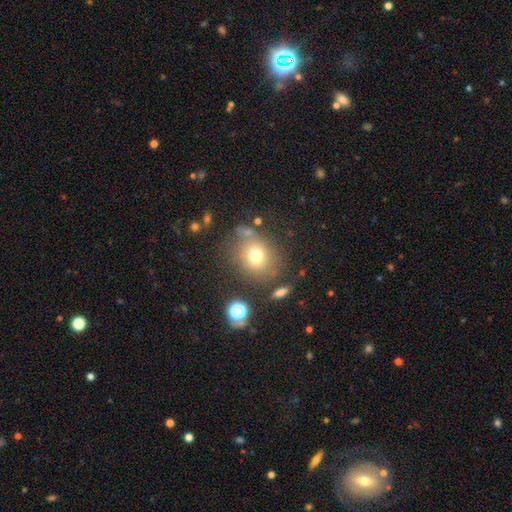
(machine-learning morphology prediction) Q: Smooth or featured?
A: smooth (71%); runner-up: star or artifact (15%)
Q: How rounded?
A: round (74%); runner-up: in between (24%)
Q: Merging?
A: none (69%); runner-up: minor disturbance (15%)